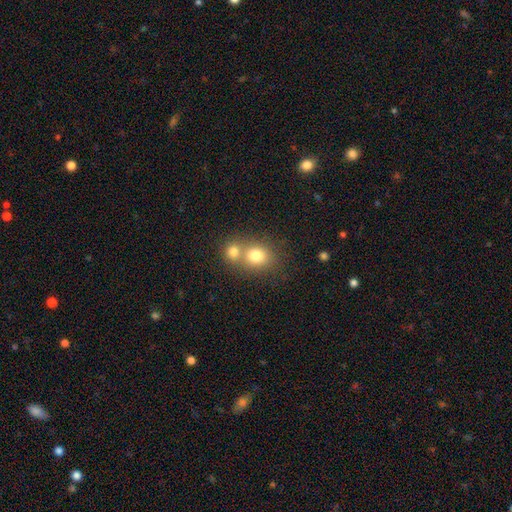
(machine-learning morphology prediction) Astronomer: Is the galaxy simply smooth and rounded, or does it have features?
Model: smooth — 77%.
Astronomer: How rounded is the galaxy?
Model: round — 69%.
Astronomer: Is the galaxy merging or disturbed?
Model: merger — 50% (runner-up: none, 41%).